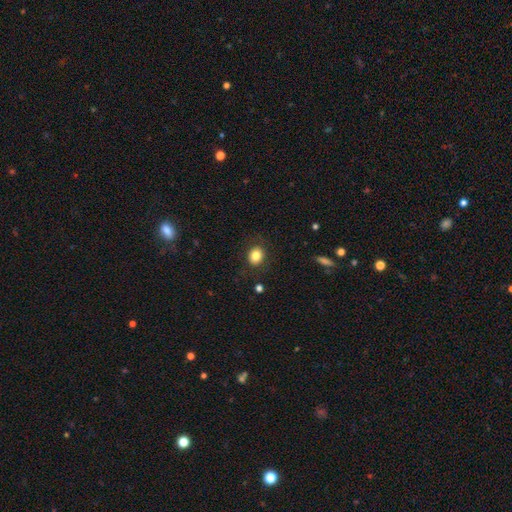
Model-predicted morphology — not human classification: smooth 83%, star or artifact 10%, featured or disk 7%. Down the decision tree: how rounded — round (61%); merging — none (84%).